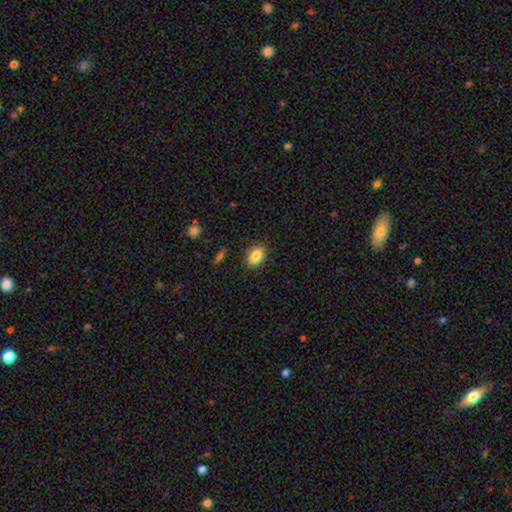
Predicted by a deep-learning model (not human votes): Smooth or featured?
  - smooth: 85% *
  - star or artifact: 8%
  - featured or disk: 7%
How rounded?
  - in between: 81% *
  - round: 18%
  - cigar-shaped: 2%
Merging?
  - none: 87% *
  - minor disturbance: 9%
  - major disturbance: 2%
  - merger: 1%